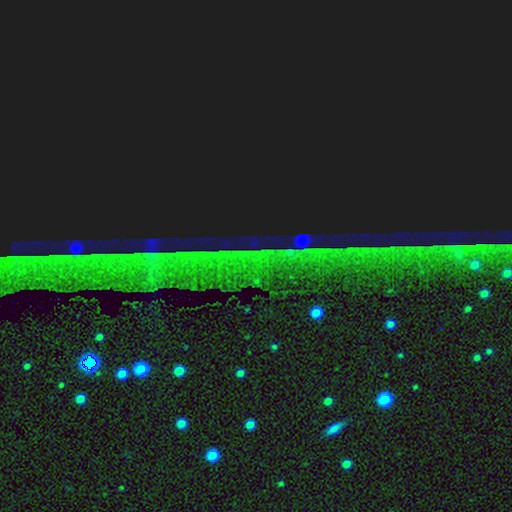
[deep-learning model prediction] smooth_or_featured: star or artifact (p=0.87) [alt: featured or disk p=0.07]